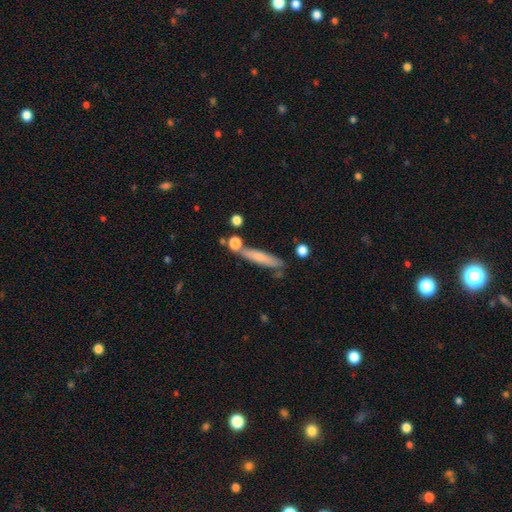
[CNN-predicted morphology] smooth-or-featured: smooth: 62% | featured or disk: 29% | star or artifact: 9%
  how-rounded: cigar-shaped: 88% | in between: 9% | round: 2%
  merging: none: 72% | minor disturbance: 15% | merger: 8% | major disturbance: 4%